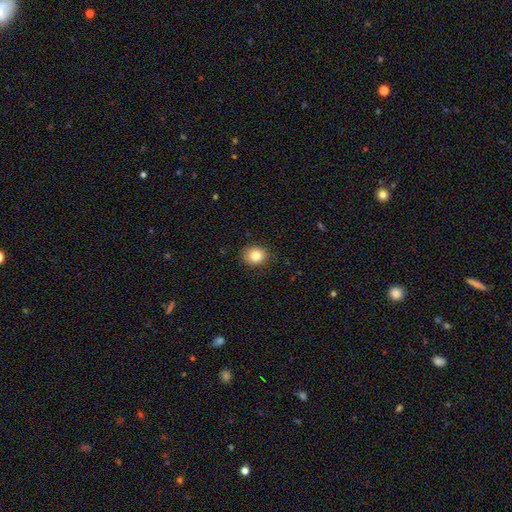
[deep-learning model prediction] smooth-or-featured: smooth: 85% | star or artifact: 9% | featured or disk: 5%
  how-rounded: round: 67% | in between: 33% | cigar-shaped: 1%
  merging: none: 84% | minor disturbance: 12% | major disturbance: 3% | merger: 1%